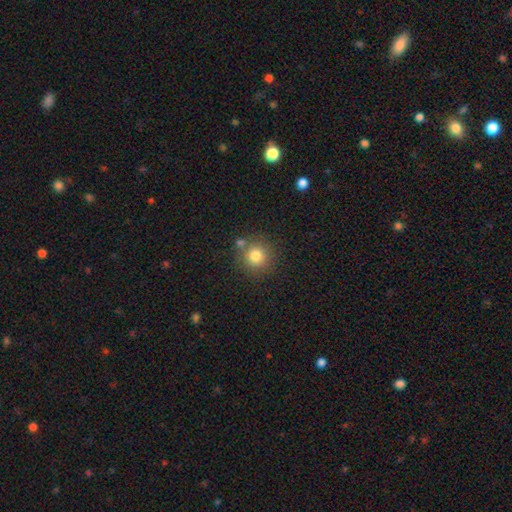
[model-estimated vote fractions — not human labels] smooth 80%, star or artifact 12%, featured or disk 8%. Down the decision tree: how rounded — round (93%); merging — none (73%).